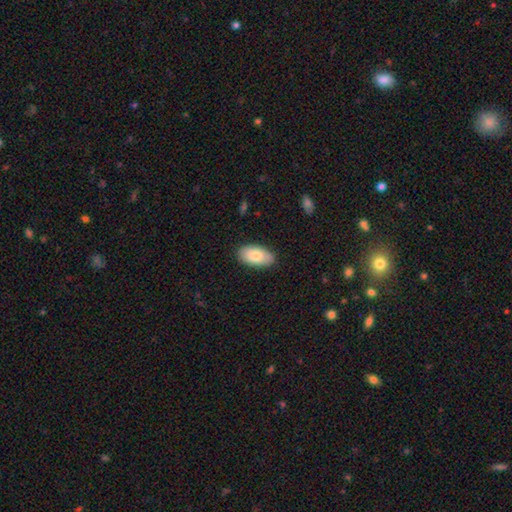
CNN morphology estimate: Smooth or featured: smooth — 80% (featured or disk — 14%)
How rounded: in between — 94% (round — 3%)
Merging: none — 85% (minor disturbance — 12%)